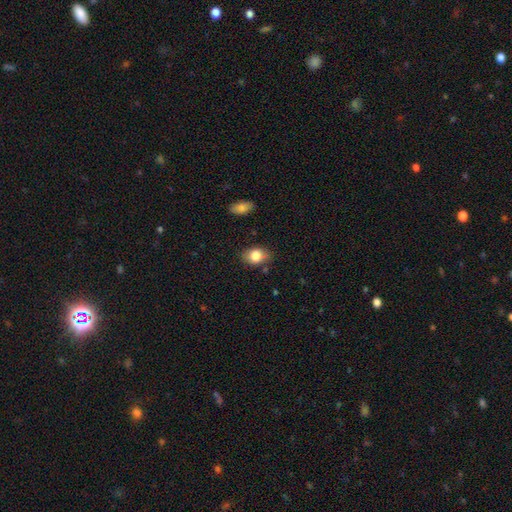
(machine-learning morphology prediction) smooth 82%, featured or disk 10%, star or artifact 8%. Down the decision tree: how rounded — in between (74%); merging — none (73%).